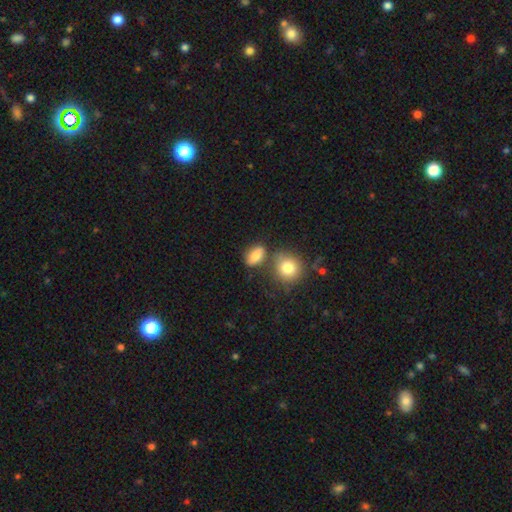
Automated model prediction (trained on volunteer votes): This is clearly a smooth galaxy (80%). How rounded: likely in between (76%). Merging: likely none (61%).